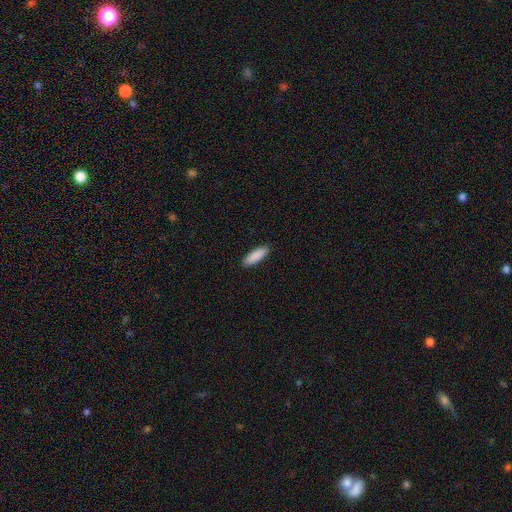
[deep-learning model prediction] smooth-or-featured: smooth: 90% | star or artifact: 6% | featured or disk: 4%
  how-rounded: cigar-shaped: 49% (tied) | in between: 49% (tied) | round: 1%
  merging: none: 91% | minor disturbance: 7% | major disturbance: 1% | merger: 1%